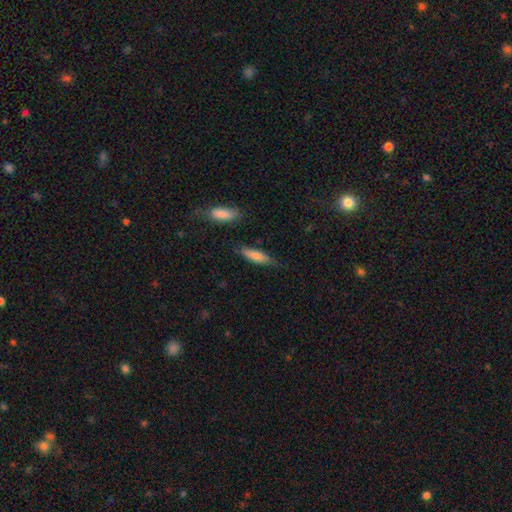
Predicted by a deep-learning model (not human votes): Smooth or featured: smooth — 79% (featured or disk — 14%)
How rounded: cigar-shaped — 63% (in between — 36%)
Merging: none — 71% (minor disturbance — 20%)